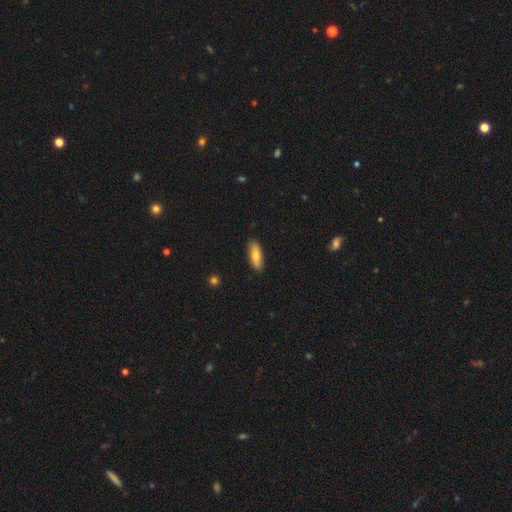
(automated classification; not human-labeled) Overall: smooth (74%). How rounded: in between (60%; cigar-shaped 37%). Merging: none (87%).